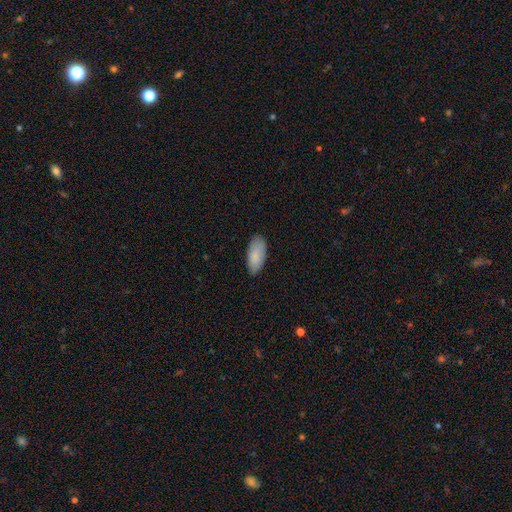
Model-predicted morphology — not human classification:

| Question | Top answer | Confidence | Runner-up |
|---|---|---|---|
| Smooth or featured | smooth | 86% | featured or disk (9%) |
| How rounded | in between | 91% | cigar-shaped (7%) |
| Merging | none | 82% | minor disturbance (15%) |